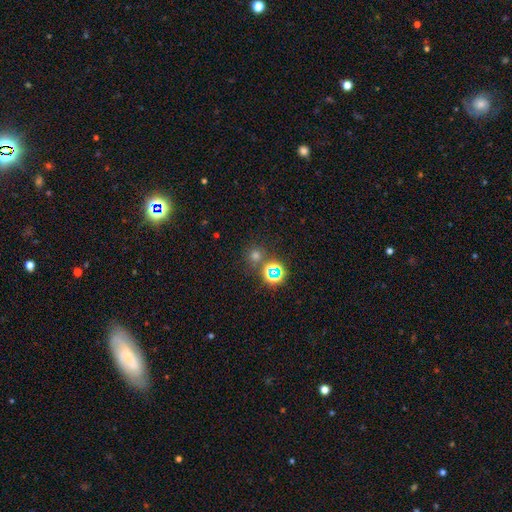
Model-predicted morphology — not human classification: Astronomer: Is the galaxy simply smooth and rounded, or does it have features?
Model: smooth — 53% (runner-up: star or artifact, 40%).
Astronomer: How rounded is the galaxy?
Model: round — 91%.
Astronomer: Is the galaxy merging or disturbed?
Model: none — 75%.